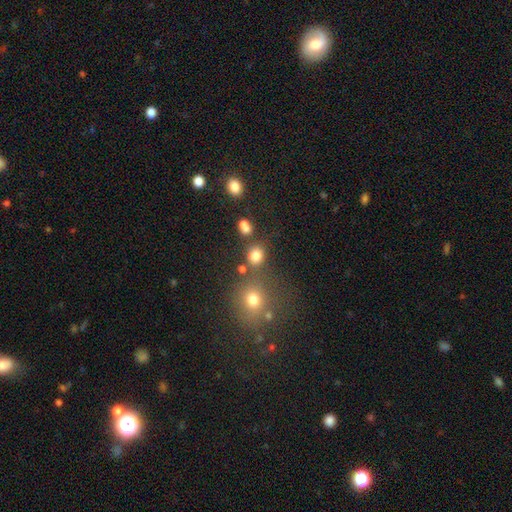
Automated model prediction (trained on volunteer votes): Smooth or featured? smooth (78%)
How rounded? round (69%)
Merging? none (68%)